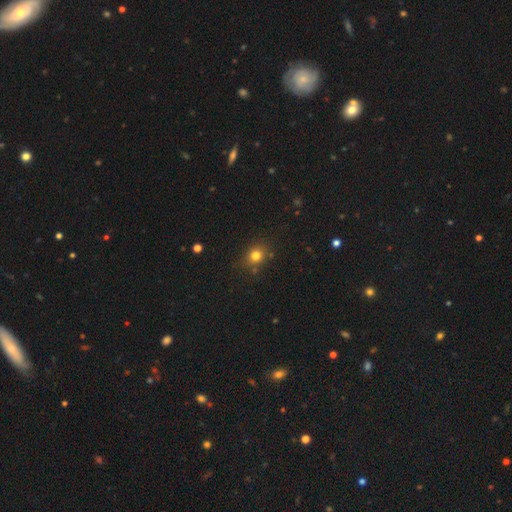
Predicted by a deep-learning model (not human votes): smooth-or-featured: smooth: 78% | star or artifact: 15% | featured or disk: 7%
  how-rounded: round: 76% | in between: 23% | cigar-shaped: 1%
  merging: none: 81% | minor disturbance: 12% | major disturbance: 4% | merger: 3%